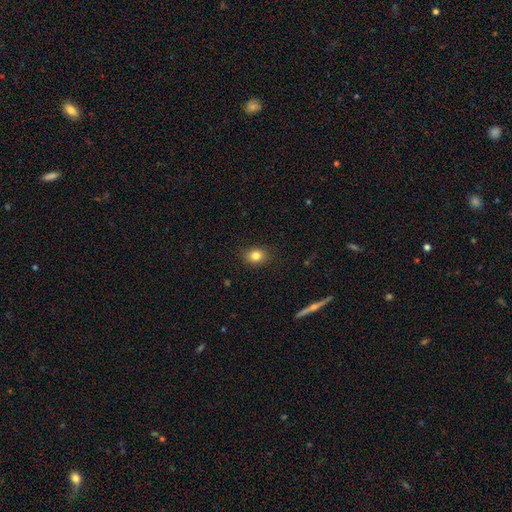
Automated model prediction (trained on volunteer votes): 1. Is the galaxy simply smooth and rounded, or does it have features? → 82% smooth, 11% star or artifact, 8% featured or disk.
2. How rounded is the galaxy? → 54% round, 45% in between, 1% cigar-shaped.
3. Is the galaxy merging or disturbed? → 88% none, 9% minor disturbance, 2% major disturbance, 1% merger.